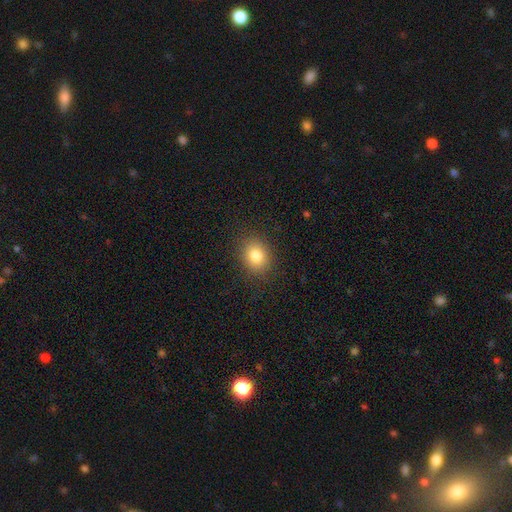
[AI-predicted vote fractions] smooth 83%, star or artifact 10%, featured or disk 7%. Down the decision tree: how rounded — round (53%); merging — none (87%).